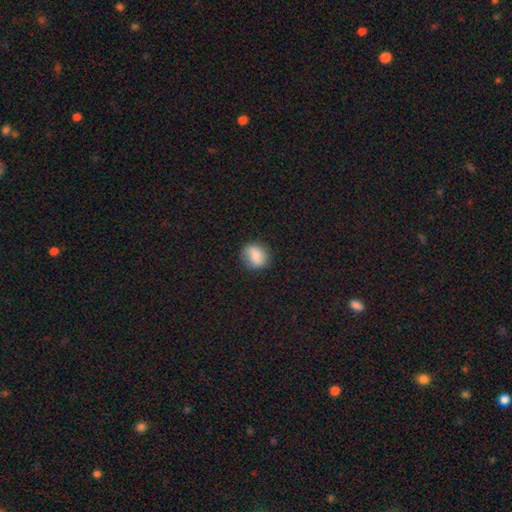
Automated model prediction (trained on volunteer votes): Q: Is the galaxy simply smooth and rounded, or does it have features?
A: smooth — 83%.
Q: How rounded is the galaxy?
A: round — 70%.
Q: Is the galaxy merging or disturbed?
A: none — 81%.